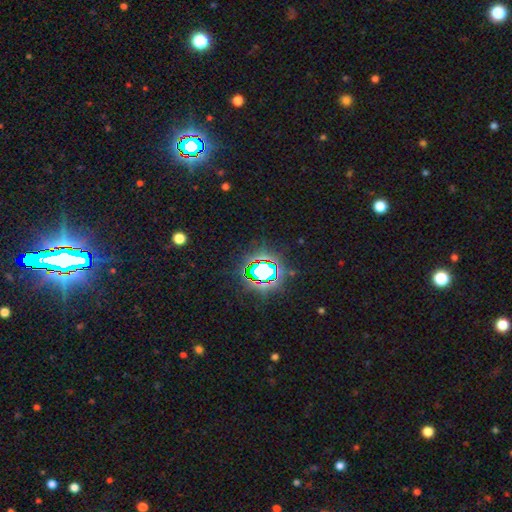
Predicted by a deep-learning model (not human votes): smooth-or-featured: star or artifact: 83% | smooth: 10% | featured or disk: 7%